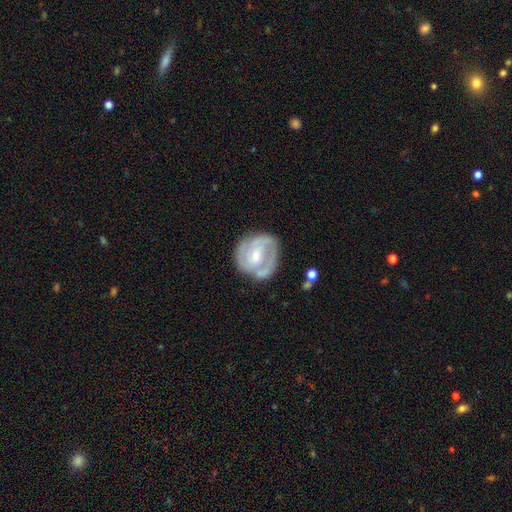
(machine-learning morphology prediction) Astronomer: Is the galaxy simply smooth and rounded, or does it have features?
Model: featured or disk — 80%.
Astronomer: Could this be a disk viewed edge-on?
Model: no — 97%.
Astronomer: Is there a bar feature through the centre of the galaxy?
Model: weak — 46% (runner-up: no, 30%).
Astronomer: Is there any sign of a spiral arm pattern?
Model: yes — 87%.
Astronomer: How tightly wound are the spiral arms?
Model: tight — 52% (runner-up: medium, 37%).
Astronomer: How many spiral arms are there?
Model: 2 — 58%.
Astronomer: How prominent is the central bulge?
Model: small — 52% (runner-up: moderate, 44%).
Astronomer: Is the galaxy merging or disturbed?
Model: none — 66%.